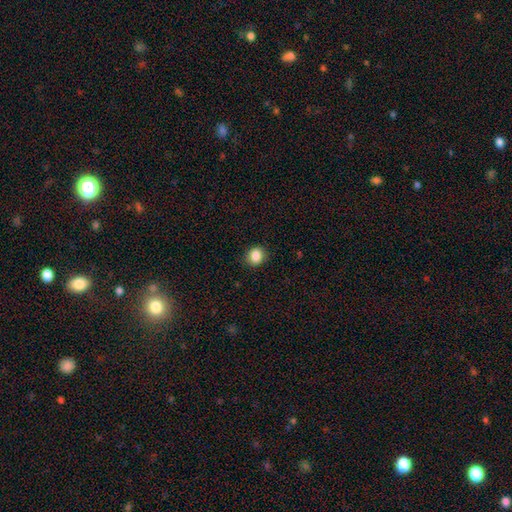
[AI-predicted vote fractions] Overall: smooth (86%). How rounded: round (64%; in between 35%). Merging: none (87%).